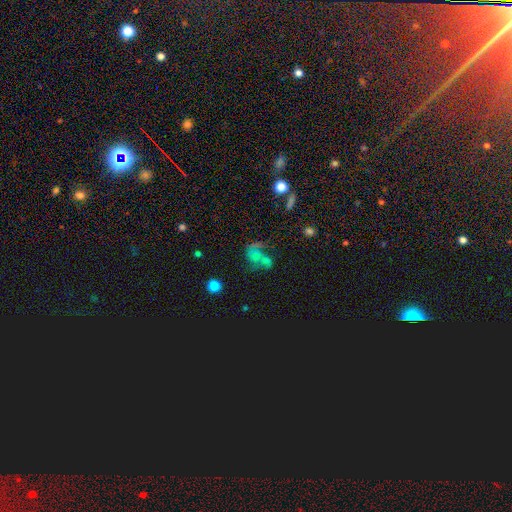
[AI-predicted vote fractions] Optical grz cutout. It shows a featured or disk galaxy (41%). Merging: none (34%).